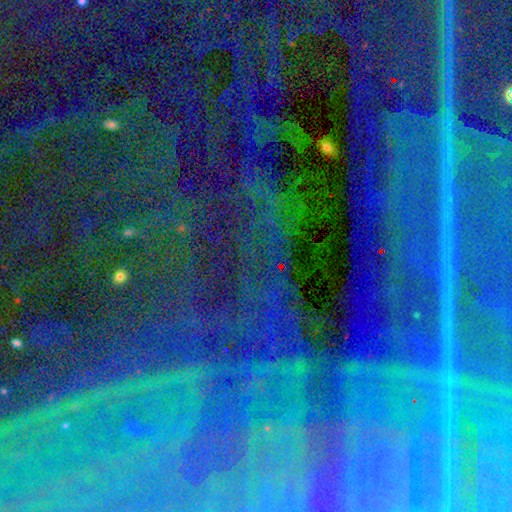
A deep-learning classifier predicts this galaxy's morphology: Smooth or featured?
  - star or artifact: 85% *
  - featured or disk: 8%
  - smooth: 6%